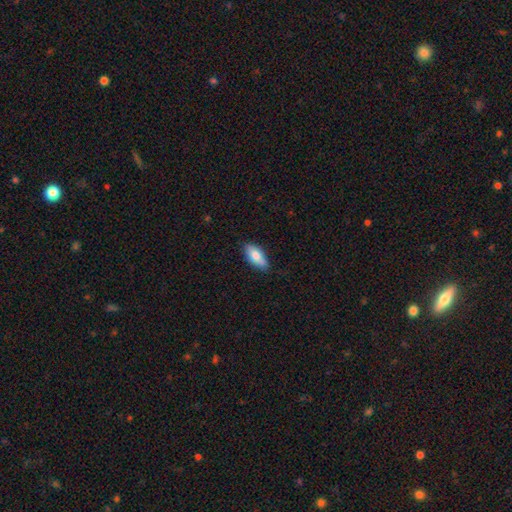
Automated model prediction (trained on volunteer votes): Smooth or featured?
  - smooth: 80% *
  - featured or disk: 14%
  - star or artifact: 6%
How rounded?
  - in between: 88% *
  - cigar-shaped: 9%
  - round: 3%
Merging?
  - none: 75% *
  - minor disturbance: 21%
  - major disturbance: 3%
  - merger: 2%